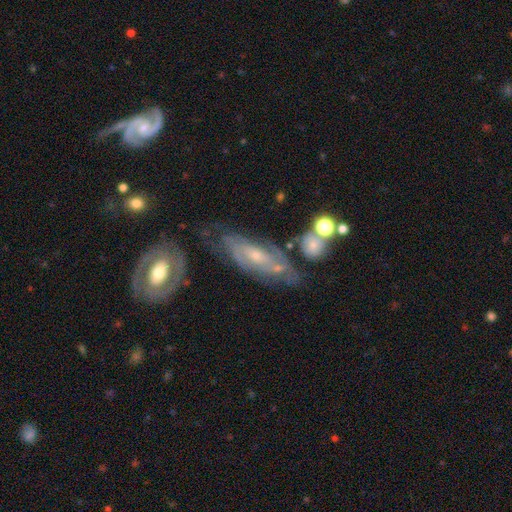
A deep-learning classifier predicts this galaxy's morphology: The model was most divided on "bulge size": small: 55%, moderate: 37%, none: 4%, large: 3%, dominant: 1%. More confident: edge-on disk — no (85%); spiral arms — yes (78%); smooth or featured — featured or disk (71%); bar — no (60%); merging — none (56%).